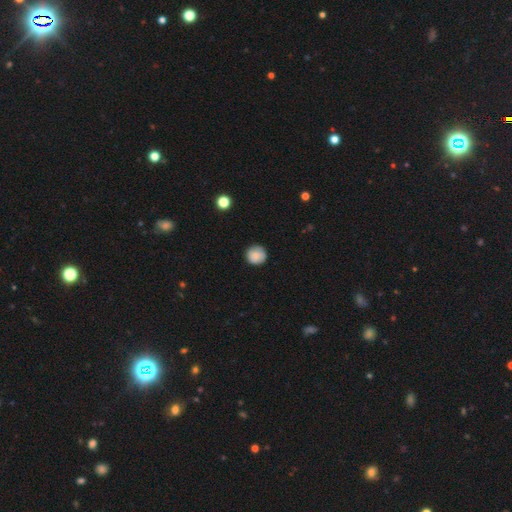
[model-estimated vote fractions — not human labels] Smooth or featured?
  - smooth: 85% *
  - star or artifact: 8%
  - featured or disk: 7%
How rounded?
  - round: 93% *
  - in between: 6%
  - cigar-shaped: 1%
Merging?
  - none: 85% *
  - minor disturbance: 12%
  - major disturbance: 2%
  - merger: 1%